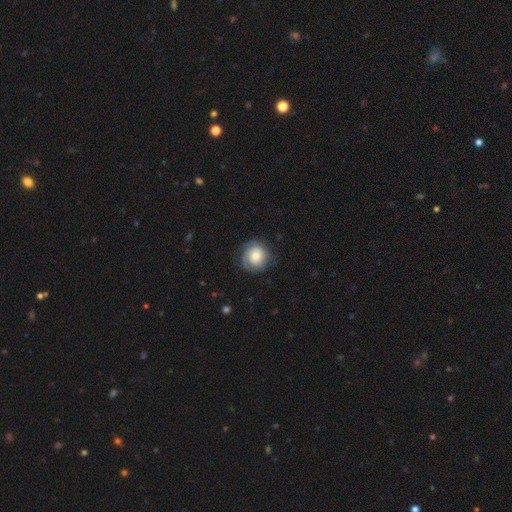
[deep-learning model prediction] Smooth or featured: smooth — 47% (featured or disk — 46%)
Merging: none — 76% (minor disturbance — 17%)